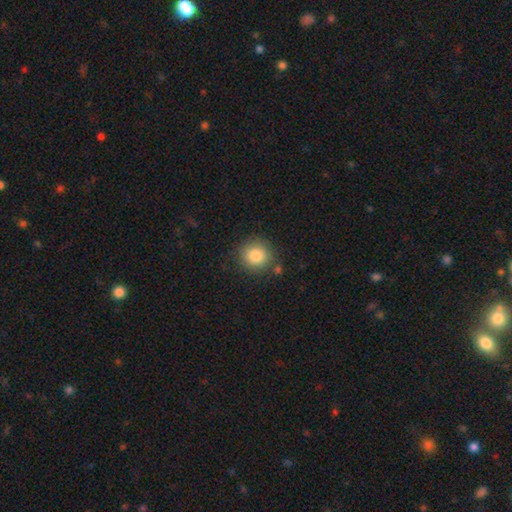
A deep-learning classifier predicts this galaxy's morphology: smooth_or_featured: smooth (p=0.84) [alt: star or artifact p=0.10]
how_rounded: round (p=0.89) [alt: in between p=0.10]
merging: none (p=0.84) [alt: minor disturbance p=0.10]